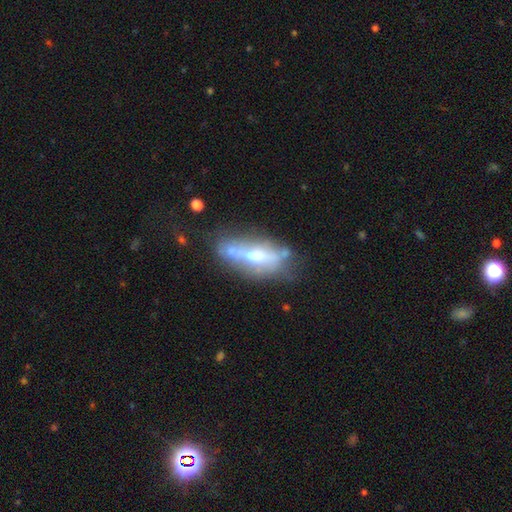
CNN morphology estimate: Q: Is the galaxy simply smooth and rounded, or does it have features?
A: featured or disk — 56%.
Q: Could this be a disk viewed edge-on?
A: no — 70%.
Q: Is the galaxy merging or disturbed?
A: none — 39%.